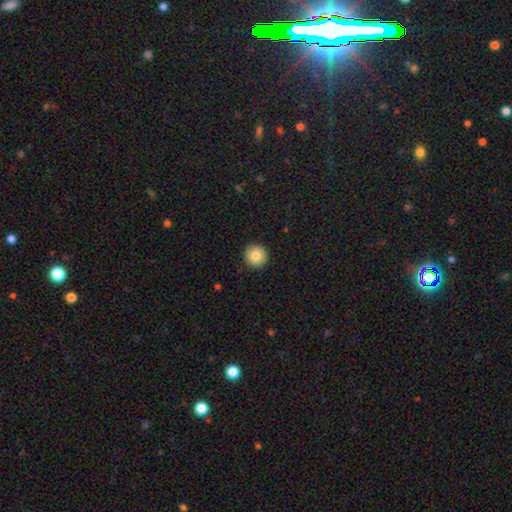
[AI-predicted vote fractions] smooth_or_featured: smooth (p=0.84) [alt: star or artifact p=0.08]
how_rounded: round (p=0.95) [alt: in between p=0.04]
merging: none (p=0.92) [alt: minor disturbance p=0.05]